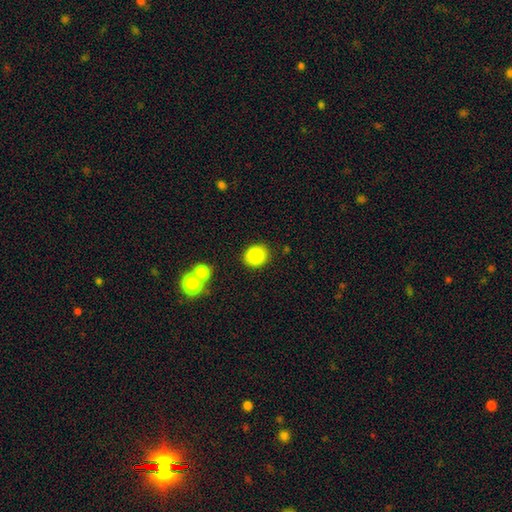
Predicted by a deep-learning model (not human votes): A smooth galaxy with no disk features (86%) that is round (73%).

Vote fractions:
- Smooth or featured? smooth: 86% / star or artifact: 9% / featured or disk: 4%
- How rounded? round: 73% / in between: 26% / cigar-shaped: 1%
- Merging? none: 86% / minor disturbance: 9% / merger: 3% / major disturbance: 3%